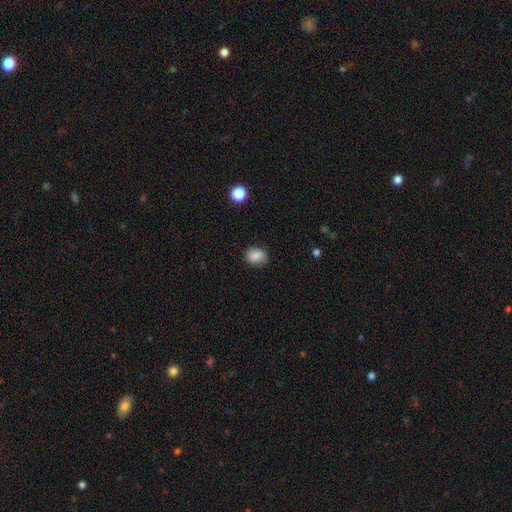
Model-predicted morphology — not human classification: Smooth or featured: smooth — 83% (star or artifact — 9%)
How rounded: round — 54% (in between — 45%)
Merging: none — 78% (minor disturbance — 17%)